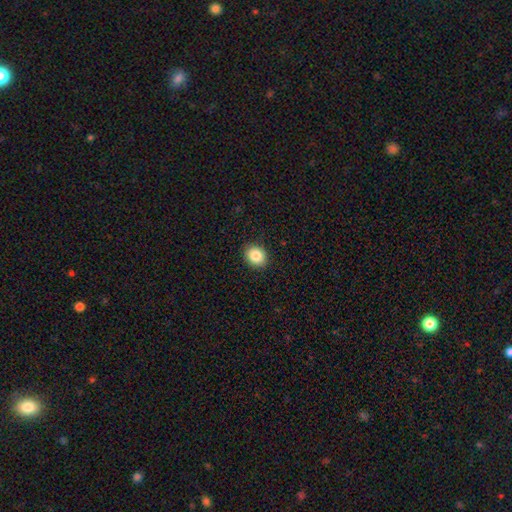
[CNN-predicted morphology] This is clearly a smooth galaxy (86%). How rounded: possibly round (54%). Merging: clearly none (90%).